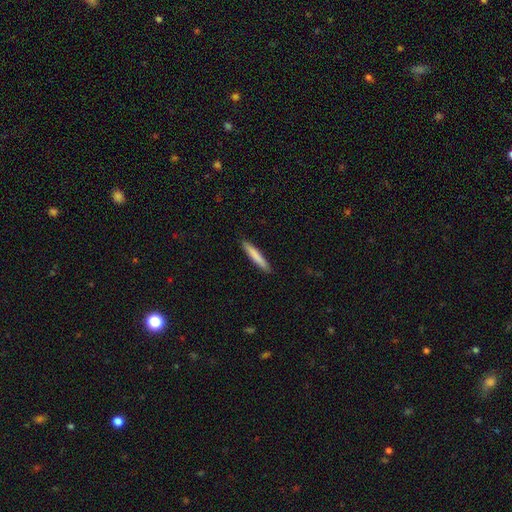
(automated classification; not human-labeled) A smooth galaxy with no disk features (80%) that is cigar-shaped (95%). Merging: none (91%).